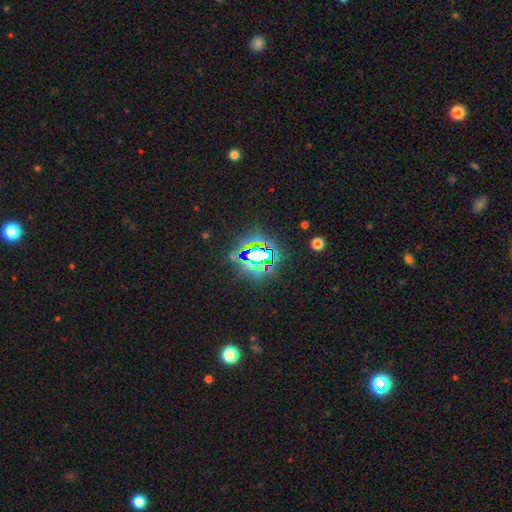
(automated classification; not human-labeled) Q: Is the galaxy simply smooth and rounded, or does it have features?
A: star or artifact — 69%.